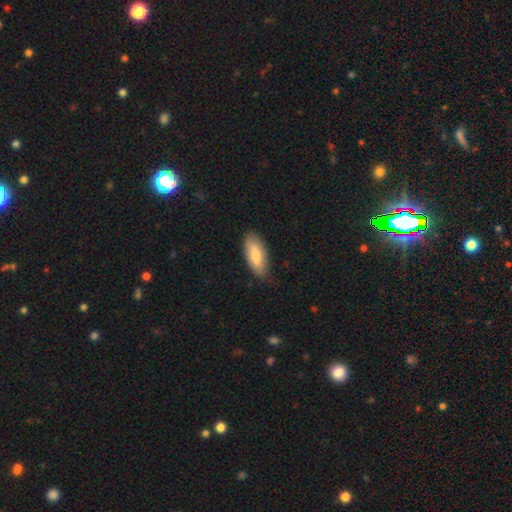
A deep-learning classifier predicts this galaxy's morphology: The model was most divided on "smooth or featured": smooth: 74%, featured or disk: 20%, star or artifact: 6%. More confident: how rounded — in between (81%); merging — none (80%).